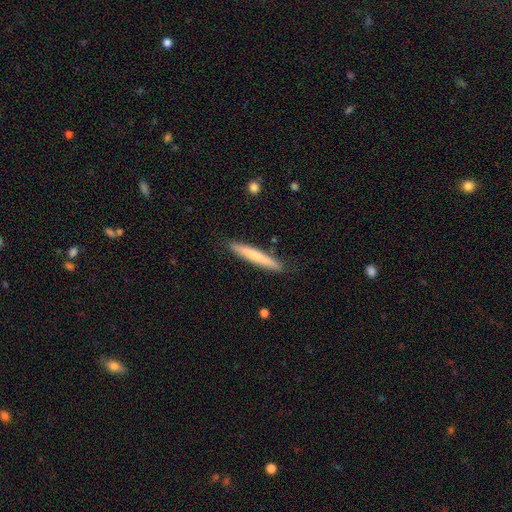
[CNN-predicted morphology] A smooth galaxy with no disk features (65%) that is cigar-shaped (96%).

Vote fractions:
- Smooth or featured? smooth: 65% / featured or disk: 30% / star or artifact: 5%
- How rounded? cigar-shaped: 96% / in between: 3% / round: 1%
- Merging? none: 87% / minor disturbance: 10% / major disturbance: 2% / merger: 2%